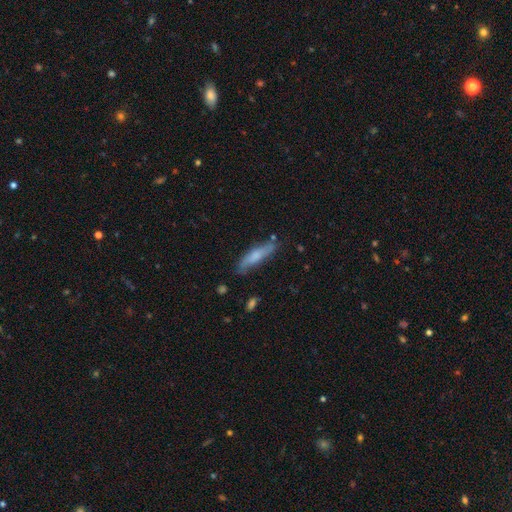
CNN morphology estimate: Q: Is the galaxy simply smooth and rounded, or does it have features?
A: smooth — 64%.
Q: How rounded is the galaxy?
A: cigar-shaped — 78%.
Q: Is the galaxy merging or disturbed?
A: none — 73%.